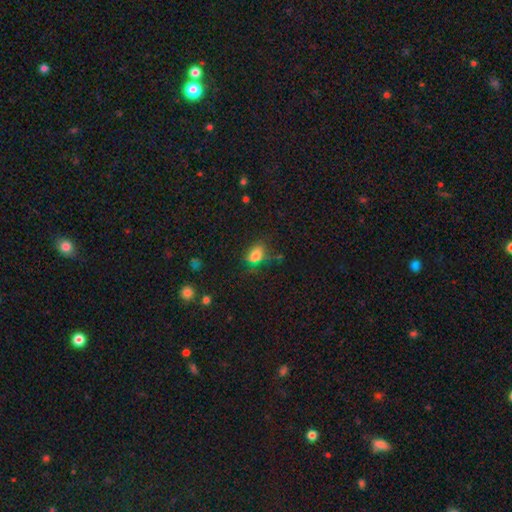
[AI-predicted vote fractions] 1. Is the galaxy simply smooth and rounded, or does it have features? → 76% smooth, 15% star or artifact, 8% featured or disk.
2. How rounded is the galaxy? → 78% in between, 18% round, 3% cigar-shaped.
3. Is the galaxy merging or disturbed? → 61% none, 23% minor disturbance, 11% major disturbance, 5% merger.